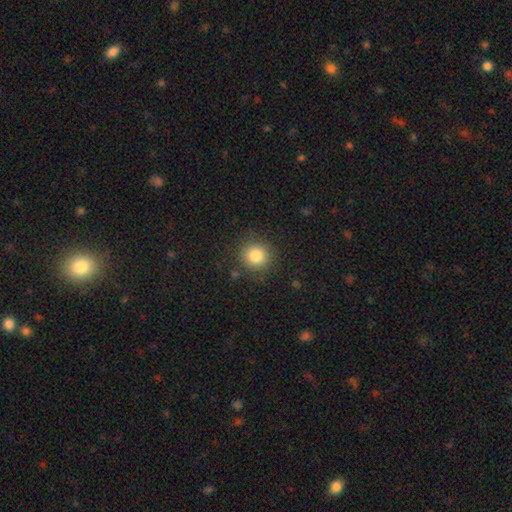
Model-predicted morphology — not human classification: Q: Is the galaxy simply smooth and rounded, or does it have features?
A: smooth — 84%.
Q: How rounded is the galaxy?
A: round — 92%.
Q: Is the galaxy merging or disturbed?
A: none — 88%.